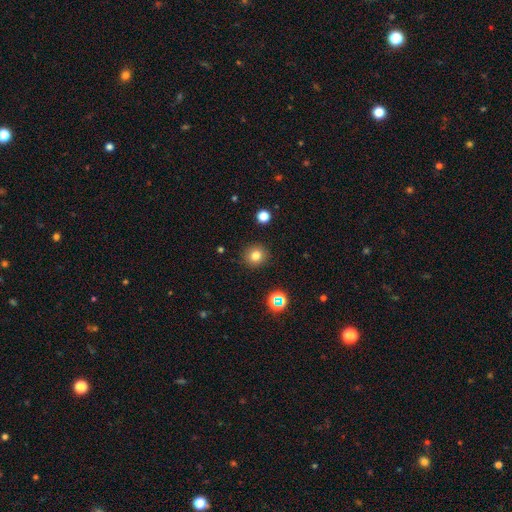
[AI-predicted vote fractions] Smooth or featured? Predicted: smooth (p=0.79). How rounded? Predicted: round (p=0.92). Merging? Predicted: none (p=0.90).